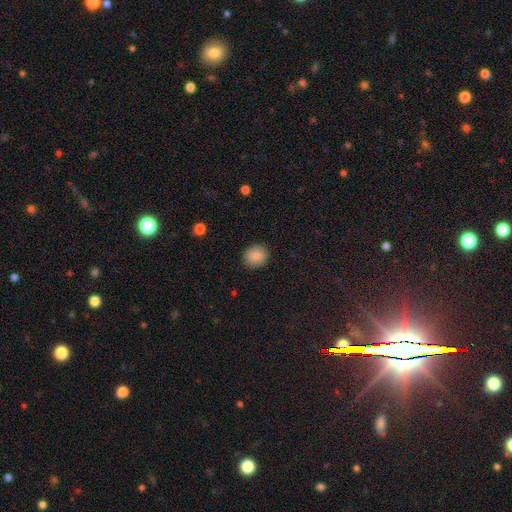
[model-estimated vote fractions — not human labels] smooth_or_featured: smooth (p=0.88) [alt: star or artifact p=0.08]
how_rounded: round (p=0.78) [alt: in between p=0.21]
merging: none (p=0.89) [alt: minor disturbance p=0.07]